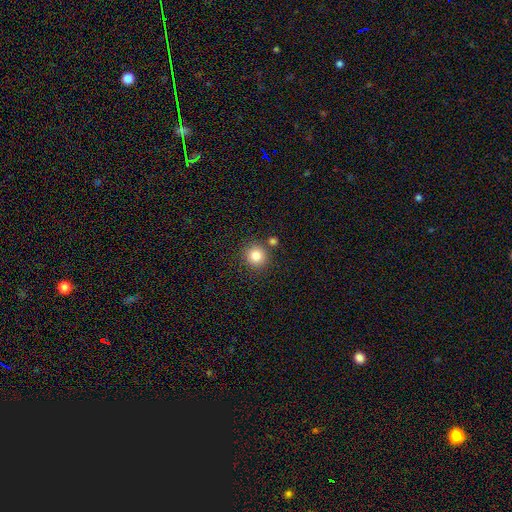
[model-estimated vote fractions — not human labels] This appears to be a smooth galaxy with no disk features (83%) that is round (92%). Merging: none (82%).